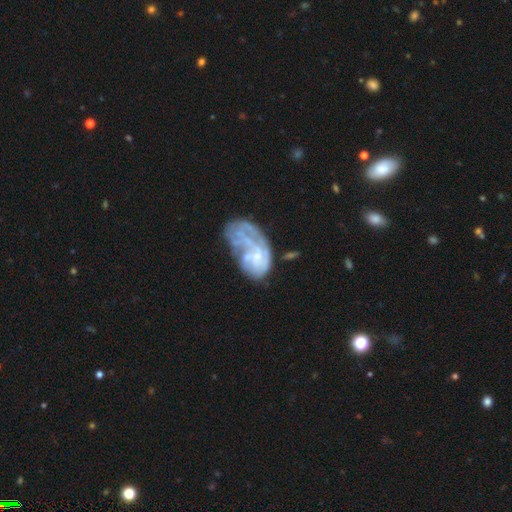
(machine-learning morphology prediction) Smooth or featured? featured or disk (68%)
Edge-on disk? no (97%)
Bar? no (74%)
Spiral arms? yes (57%)
Bulge size? small (57%)
Merging? major disturbance (35%)